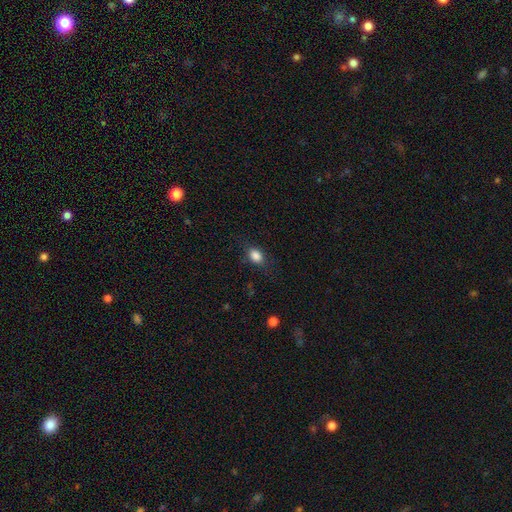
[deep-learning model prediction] smooth-or-featured: smooth: 85% | star or artifact: 9% | featured or disk: 6%
  how-rounded: in between: 70% | round: 28% | cigar-shaped: 2%
  merging: none: 77% | minor disturbance: 16% | major disturbance: 6% | merger: 1%